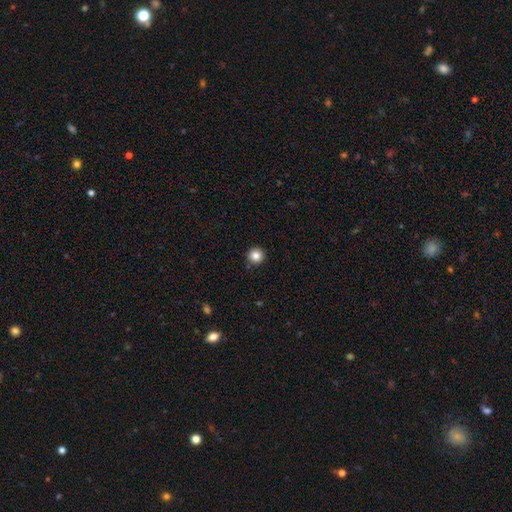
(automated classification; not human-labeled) A smooth galaxy with no disk features (84%) that is round (96%).

Vote fractions:
- Smooth or featured? smooth: 84% / star or artifact: 11% / featured or disk: 5%
- How rounded? round: 96% / in between: 4% / cigar-shaped: 1%
- Merging? none: 92% / minor disturbance: 5% / major disturbance: 1% / merger: 1%